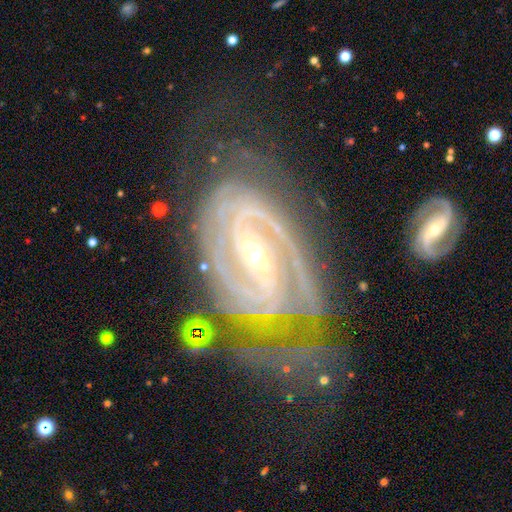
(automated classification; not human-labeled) This appears to be a featured or disk galaxy (92%) with a strong bar (53%), 2 (60%) tight (66%) spiral arms (98%) and a small central bulge (69%). Merging: none (48%).